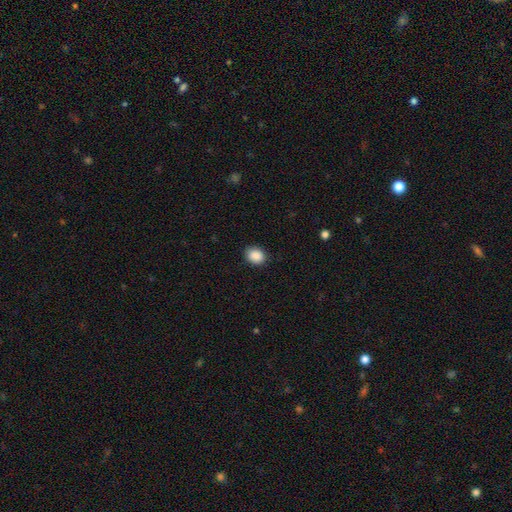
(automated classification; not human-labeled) This is clearly a smooth galaxy (89%). How rounded: possibly in between (53%). Merging: clearly none (87%).